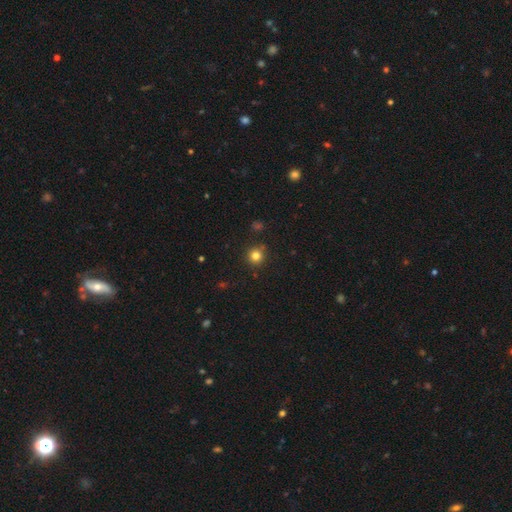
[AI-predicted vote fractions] Morphology: type=smooth (81%); roundness=round (94%); merging=none (89%).